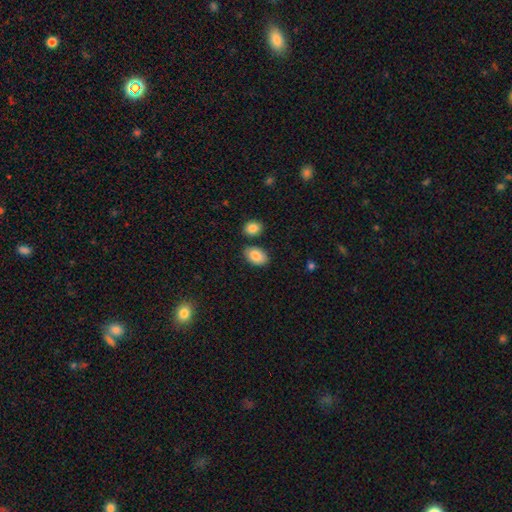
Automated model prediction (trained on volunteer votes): Smooth or featured? smooth (86%)
How rounded? in between (91%)
Merging? none (79%)